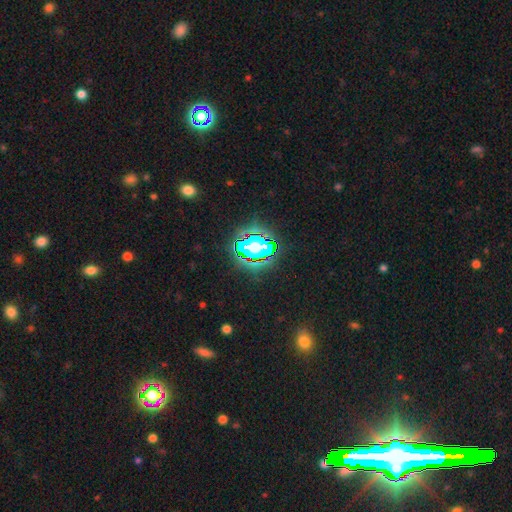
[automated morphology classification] Overall: star or artifact (76%).